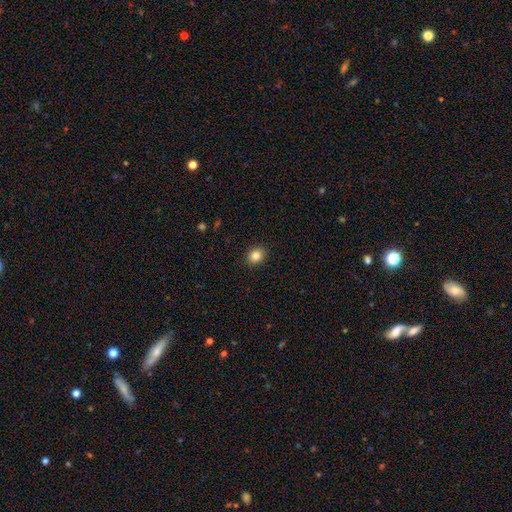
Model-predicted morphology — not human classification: type=smooth (85%); roundness=round (56%); merging=none (91%).